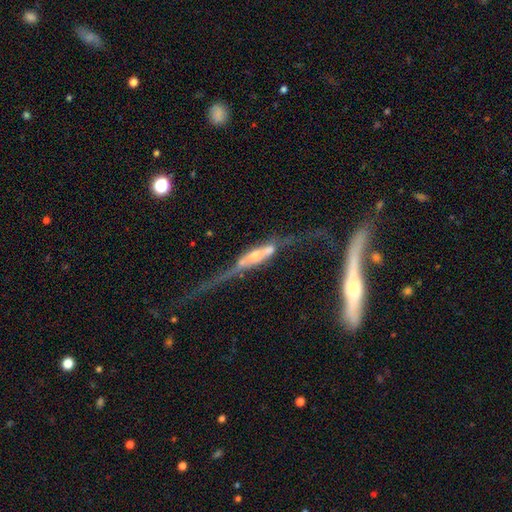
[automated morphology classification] smooth-or-featured: featured or disk: 73% | smooth: 19% | star or artifact: 8%
  disk-edge-on: yes: 74% | no: 26%
    edge-on-bulge: rounded: 49% | boxy: 36% | none: 15%
  merging: major disturbance: 36% | none: 24% | merger: 22% | minor disturbance: 17%